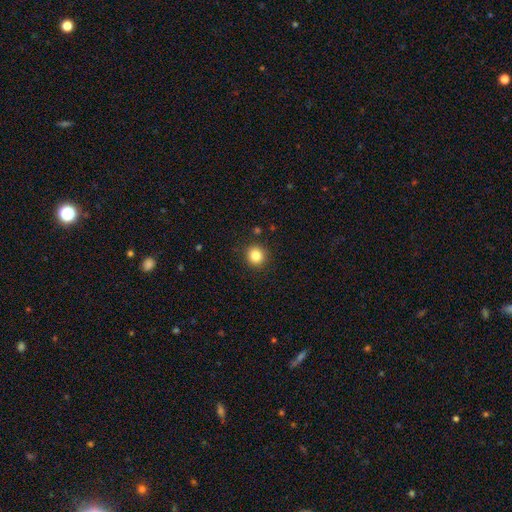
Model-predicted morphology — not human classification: The model was most divided on "smooth or featured": smooth: 84%, star or artifact: 11%, featured or disk: 5%. More confident: how rounded — round (91%); merging — none (90%).